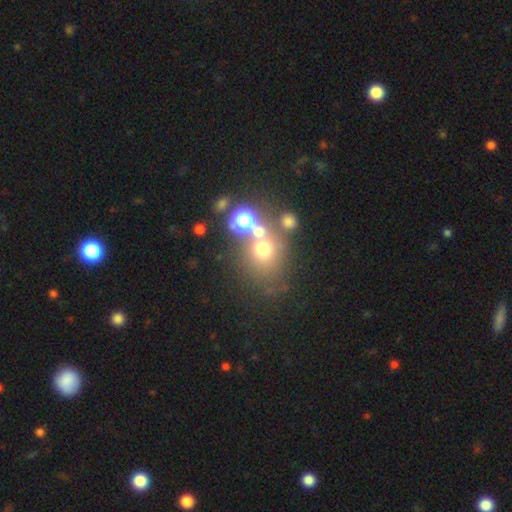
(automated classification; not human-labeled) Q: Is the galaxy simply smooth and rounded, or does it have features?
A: smooth — 47%.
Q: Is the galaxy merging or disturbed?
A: none — 45%.